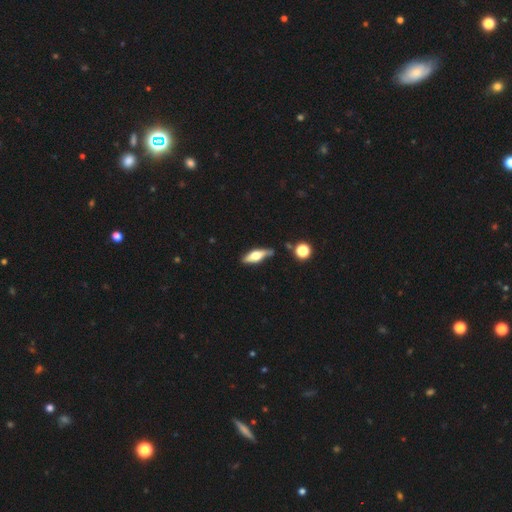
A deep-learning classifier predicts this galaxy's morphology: smooth_or_featured: featured or disk (p=0.53) [alt: smooth p=0.41]
disk_edge_on: yes (p=0.88) [alt: no p=0.12]
merging: none (p=0.71) [alt: minor disturbance p=0.19]